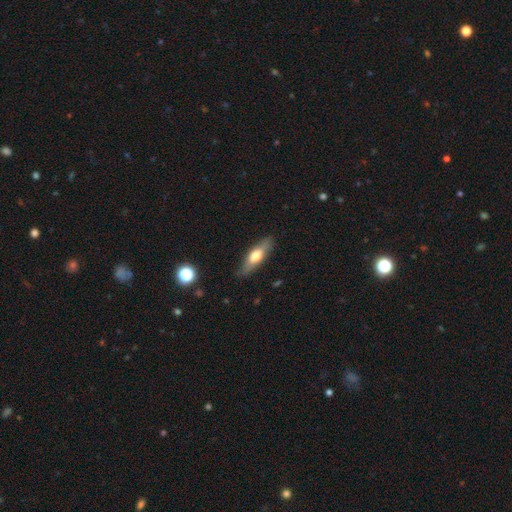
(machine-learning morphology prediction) Overall: smooth (55%; featured or disk 39%). How rounded: cigar-shaped (54%; in between 44%). Merging: none (84%).